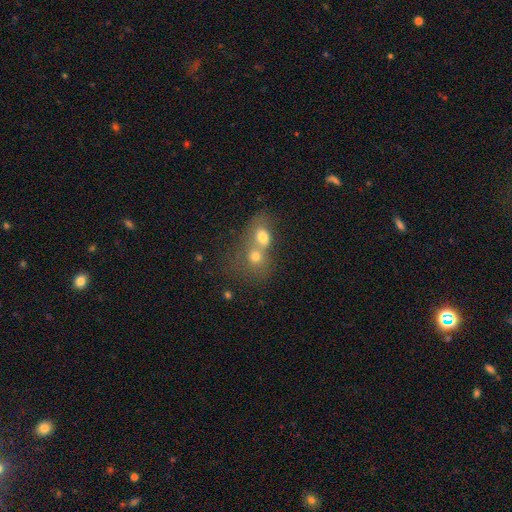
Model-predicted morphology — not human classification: A smooth galaxy with no disk features (63%) that is round (60%).

Vote fractions:
- Smooth or featured? smooth: 63% / featured or disk: 23% / star or artifact: 14%
- How rounded? round: 60% / in between: 39% / cigar-shaped: 1%
- Merging? merger: 73% / none: 18% / minor disturbance: 5% / major disturbance: 4%